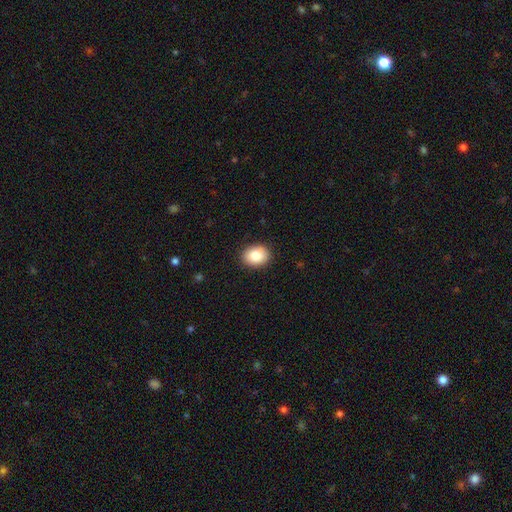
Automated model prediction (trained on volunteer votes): This appears to be a smooth galaxy with no disk features (83%) that is in between round and cigar-shaped (55%). Merging: none (89%).